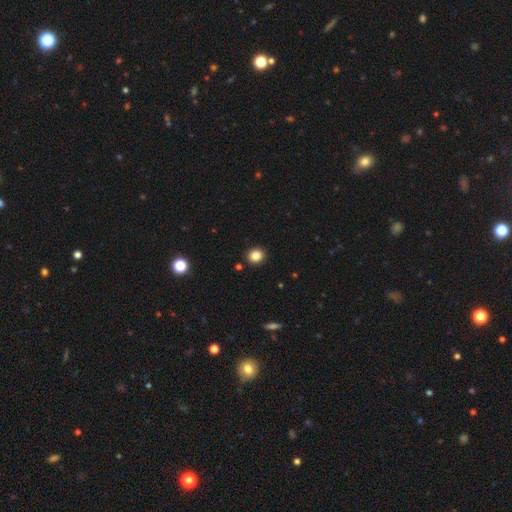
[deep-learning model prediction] Smooth or featured? Predicted: smooth (p=0.85). How rounded? Predicted: round (p=0.80). Merging? Predicted: none (p=0.91).